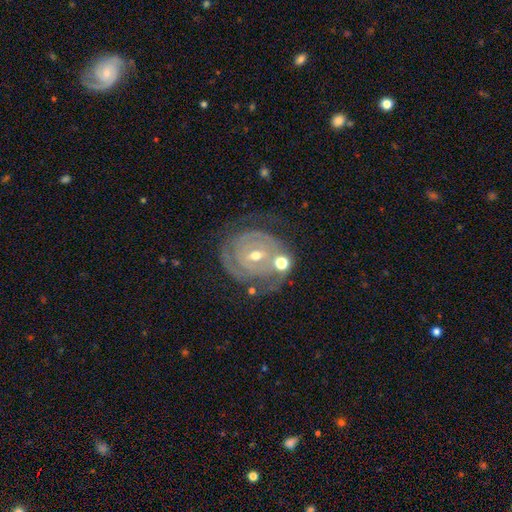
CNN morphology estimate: Smooth or featured? featured or disk (85%)
Edge-on disk? no (97%)
Bar? weak (46%)
Spiral arms? yes (93%)
Spiral winding? tight (78%)
Spiral arm count? 2 (45%)
Bulge size? moderate (52%)
Merging? none (60%)